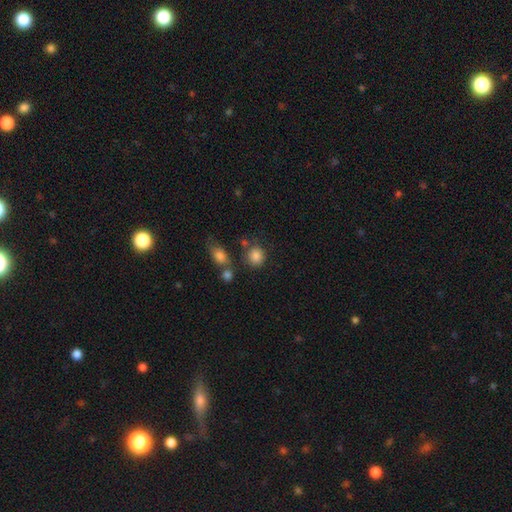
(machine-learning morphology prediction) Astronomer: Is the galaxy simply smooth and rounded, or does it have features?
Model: smooth — 85%.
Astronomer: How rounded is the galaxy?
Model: round — 80%.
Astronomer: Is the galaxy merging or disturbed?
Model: none — 68%.